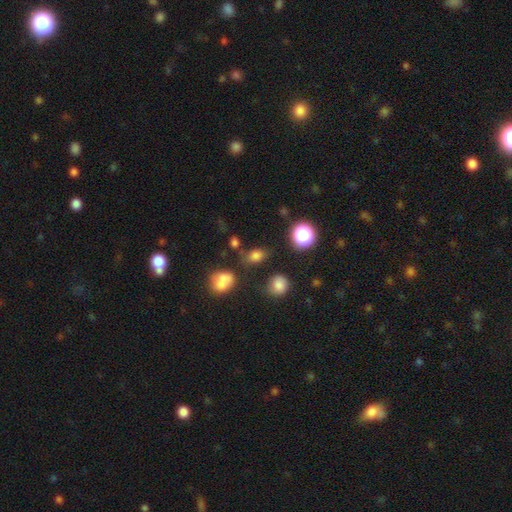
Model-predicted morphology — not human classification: A smooth galaxy with no disk features (75%) that is in between round and cigar-shaped (71%).

Vote fractions:
- Smooth or featured? smooth: 75% / star or artifact: 18% / featured or disk: 8%
- How rounded? in between: 71% / round: 27% / cigar-shaped: 2%
- Merging? none: 71% / minor disturbance: 15% / merger: 9% / major disturbance: 5%